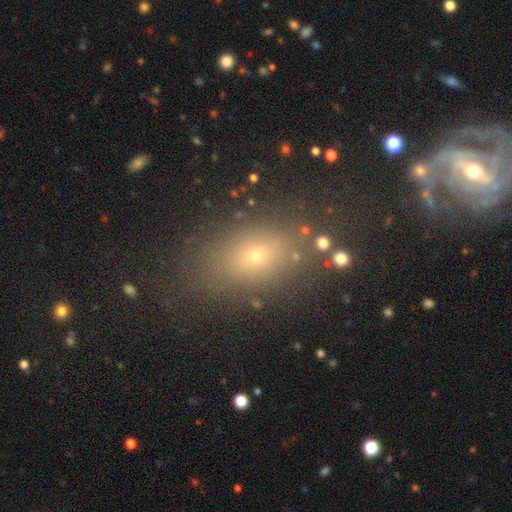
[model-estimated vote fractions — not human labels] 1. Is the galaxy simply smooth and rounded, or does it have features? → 64% smooth, 23% star or artifact, 14% featured or disk.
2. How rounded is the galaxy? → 74% in between, 22% round, 5% cigar-shaped.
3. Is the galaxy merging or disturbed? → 78% none, 12% minor disturbance, 6% major disturbance, 3% merger.